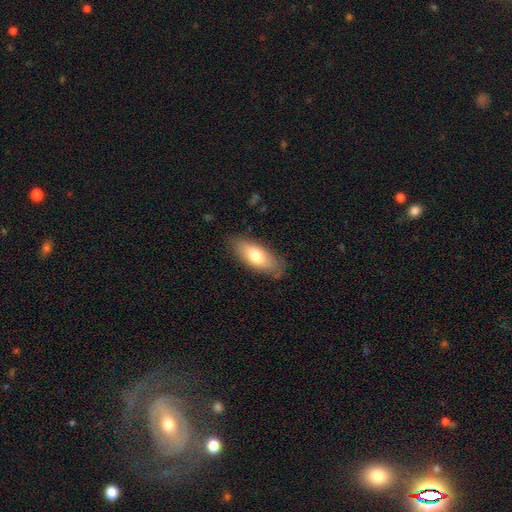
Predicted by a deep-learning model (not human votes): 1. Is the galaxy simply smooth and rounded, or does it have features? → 72% smooth, 22% featured or disk, 6% star or artifact.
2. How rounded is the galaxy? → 79% in between, 19% cigar-shaped, 3% round.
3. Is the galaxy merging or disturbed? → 81% none, 15% minor disturbance, 3% major disturbance, 1% merger.